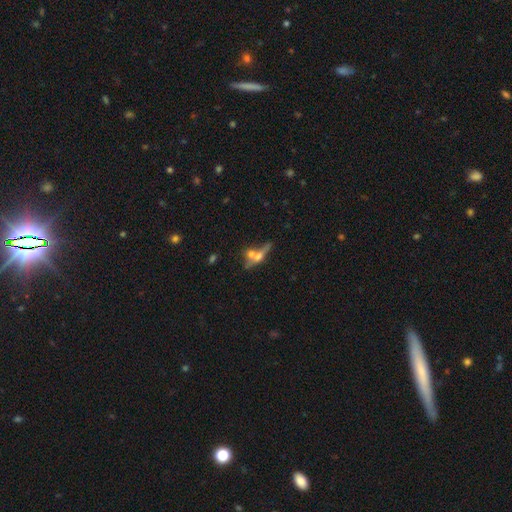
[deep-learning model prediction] smooth-or-featured: featured or disk: 53% | smooth: 36% | star or artifact: 10%
  disk-edge-on: yes: 69% | no: 31%
  merging: merger: 45% | none: 37% | minor disturbance: 11% | major disturbance: 7%